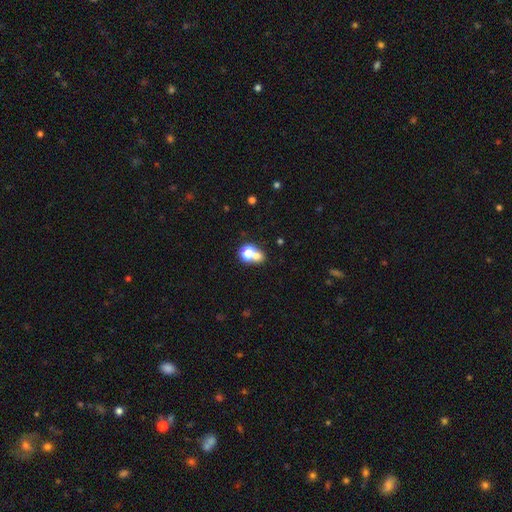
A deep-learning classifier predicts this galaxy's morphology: Smooth or featured? smooth (68%)
How rounded? round (68%)
Merging? merger (53%)